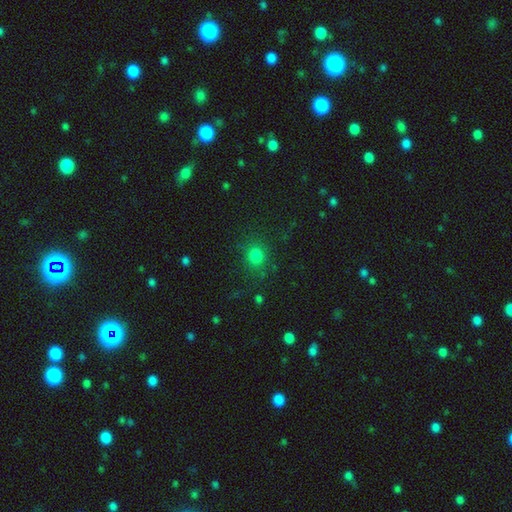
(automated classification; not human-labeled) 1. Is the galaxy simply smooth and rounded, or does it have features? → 79% smooth, 15% star or artifact, 6% featured or disk.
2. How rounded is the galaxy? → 75% round, 23% in between, 1% cigar-shaped.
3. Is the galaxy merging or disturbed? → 80% none, 12% minor disturbance, 6% major disturbance, 3% merger.